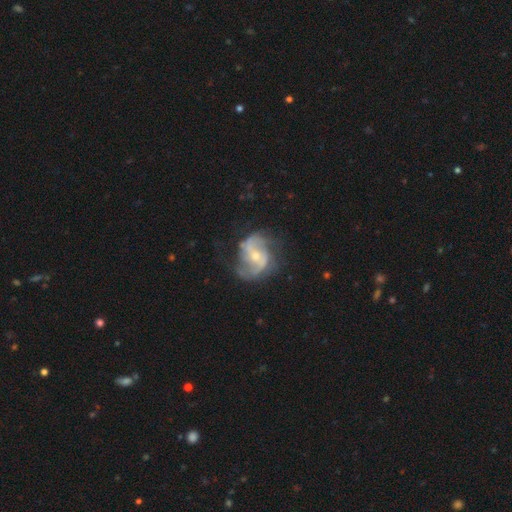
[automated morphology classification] A featured or disk galaxy (84%) with no bar (42%), 2 (84%) medium (44%) spiral arms (92%) and a small central bulge (55%).

Vote fractions:
- Smooth or featured? featured or disk: 84% / smooth: 10% / star or artifact: 6%
- Edge-on disk? no: 97% / yes: 3%
- Bar? no: 42% / weak: 41% / strong: 16%
- Spiral arms? yes: 92% / no: 8%
- Spiral winding? medium: 44% / loose: 43% / tight: 14%
- Spiral arm count? 2: 84% / can't tell: 7% / 3: 3% / 1: 2% / 4: 2% / more than 4: 1%
- Bulge size? small: 55% / moderate: 40% / none: 2% / large: 2% / dominant: 1%
- Merging? none: 63% / minor disturbance: 21% / major disturbance: 14% / merger: 2%